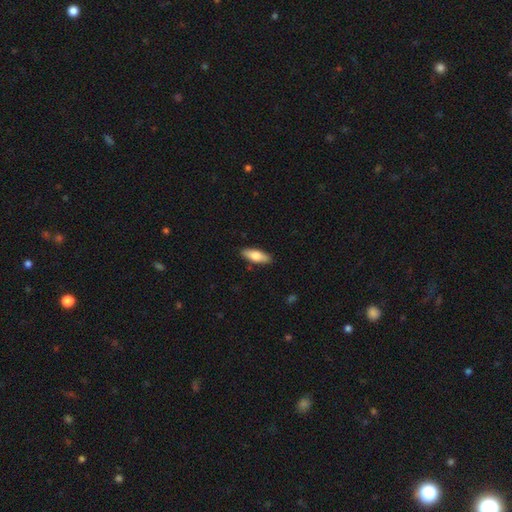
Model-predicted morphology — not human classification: smooth_or_featured: smooth (p=0.71) [alt: featured or disk p=0.24]
how_rounded: in between (p=0.62) [alt: cigar-shaped p=0.36]
merging: none (p=0.88) [alt: minor disturbance p=0.09]